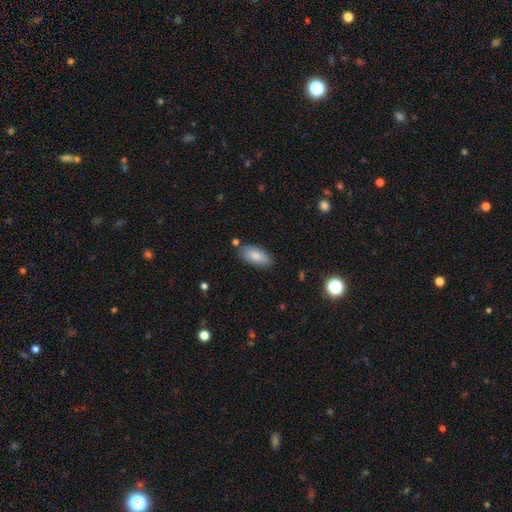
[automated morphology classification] Q: Smooth or featured?
A: smooth (84%); runner-up: featured or disk (9%)
Q: How rounded?
A: in between (90%); runner-up: cigar-shaped (8%)
Q: Merging?
A: none (81%); runner-up: minor disturbance (13%)